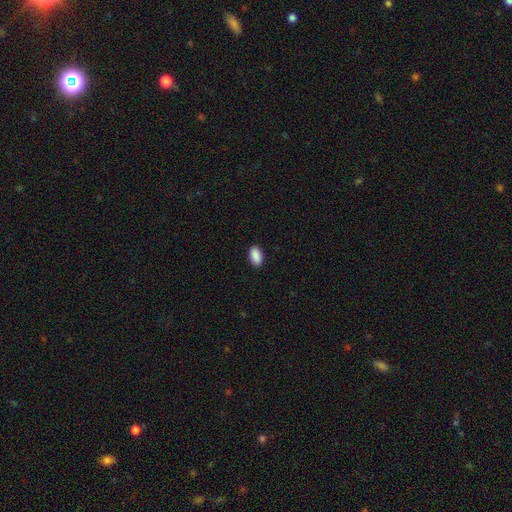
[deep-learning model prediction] Smooth or featured: smooth — 91% (star or artifact — 7%)
How rounded: in between — 94% (round — 3%)
Merging: none — 89% (minor disturbance — 8%)